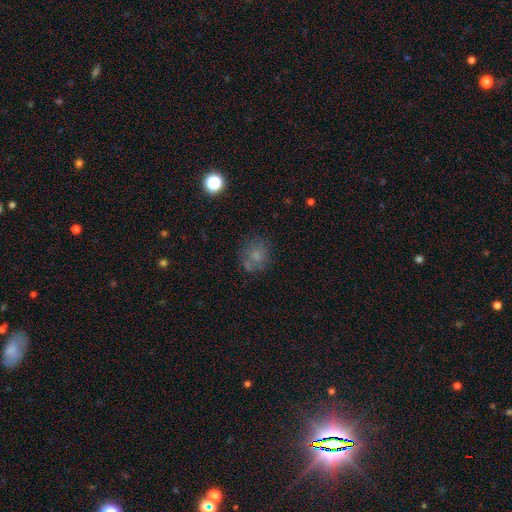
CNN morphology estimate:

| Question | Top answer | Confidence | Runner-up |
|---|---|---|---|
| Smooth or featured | smooth | 65% | featured or disk (18%) |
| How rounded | round | 76% | in between (23%) |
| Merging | none | 63% | minor disturbance (19%) |